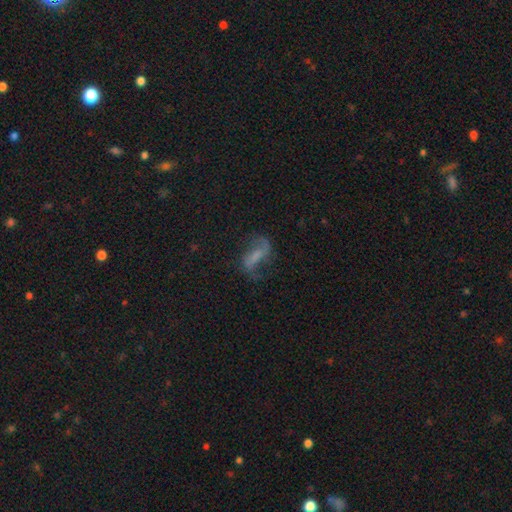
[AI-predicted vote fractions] Smooth or featured? featured or disk (64%)
Edge-on disk? no (93%)
Bar? strong (38%, tied with weak)
Spiral arms? yes (85%)
Spiral winding? loose (67%)
Spiral arm count? 2 (86%)
Bulge size? none (43%)
Merging? none (57%)